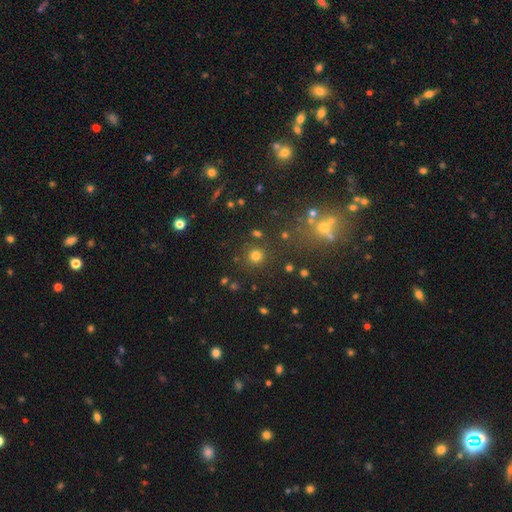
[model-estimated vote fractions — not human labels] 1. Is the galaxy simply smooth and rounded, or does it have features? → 75% smooth, 19% star or artifact, 6% featured or disk.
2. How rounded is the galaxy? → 93% round, 6% in between, 1% cigar-shaped.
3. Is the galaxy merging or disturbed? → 85% none, 7% minor disturbance, 5% merger, 3% major disturbance.